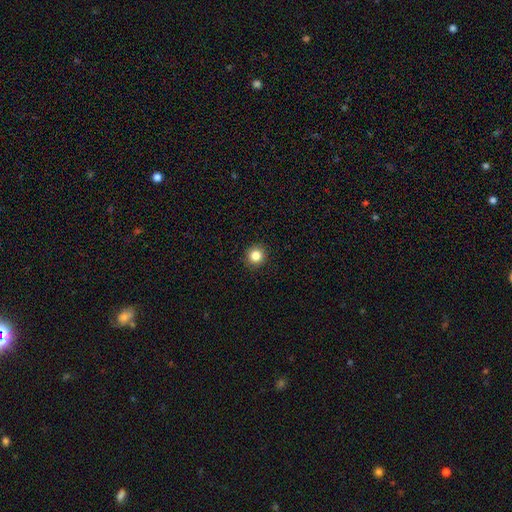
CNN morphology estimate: Q: Smooth or featured?
A: smooth (85%); runner-up: star or artifact (11%)
Q: How rounded?
A: round (94%); runner-up: in between (5%)
Q: Merging?
A: none (93%); runner-up: minor disturbance (5%)